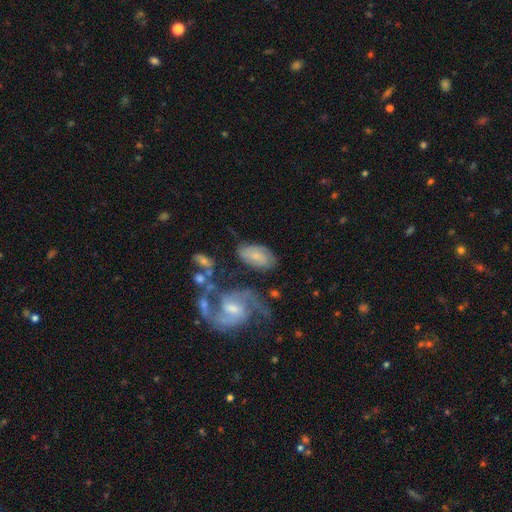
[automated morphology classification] Smooth or featured? featured or disk (49%)
Merging? none (61%)